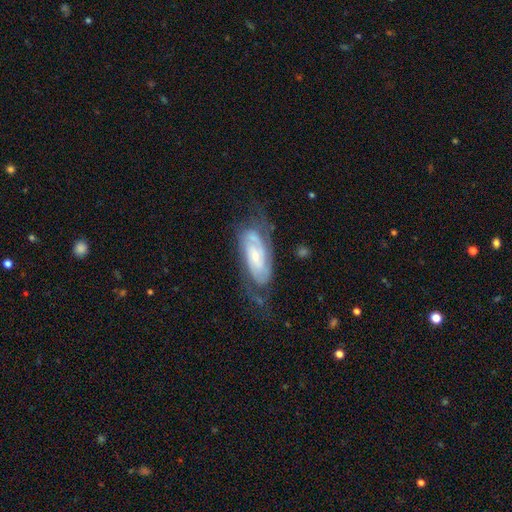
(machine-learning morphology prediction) smooth-or-featured: featured or disk: 79% | smooth: 15% | star or artifact: 6%
  disk-edge-on: no: 92% | yes: 8%
    bar: no: 58% | weak: 31% | strong: 11%
    has-spiral-arms: yes: 93% | no: 7%
      spiral-winding: tight: 57% | medium: 33% | loose: 10%
      spiral-arm-count: 2: 60% | can't tell: 25% | 3: 7% | 1: 3% | 4: 3% | more than 4: 2%
    bulge-size: small: 64% | moderate: 28% | none: 3% | large: 3% | dominant: 1%
  merging: none: 61% | minor disturbance: 22% | major disturbance: 16% | merger: 2%